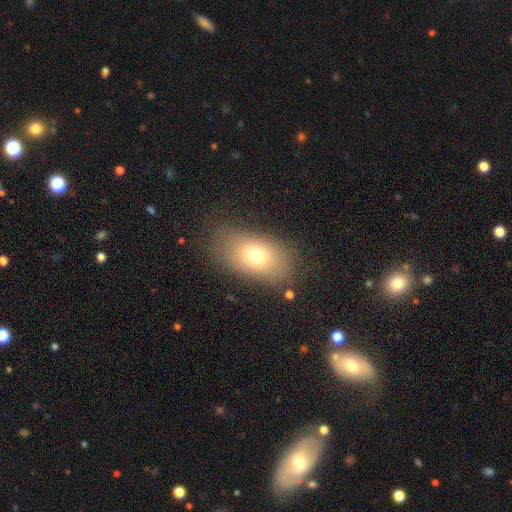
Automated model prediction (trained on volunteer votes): The model was most divided on "smooth or featured": smooth: 72%, featured or disk: 17%, star or artifact: 11%. More confident: how rounded — in between (87%); merging — none (79%).